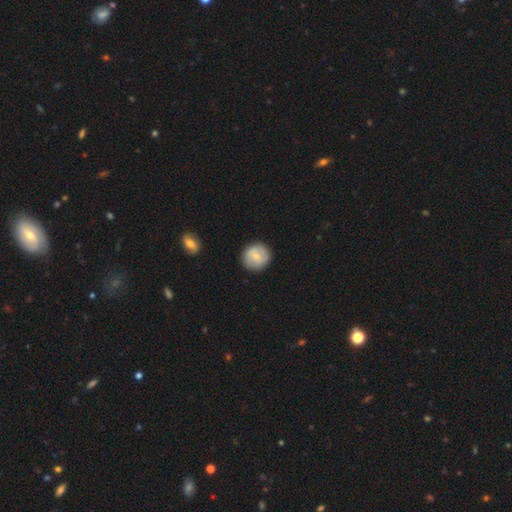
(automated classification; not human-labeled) smooth 67%, featured or disk 26%, star or artifact 6%. Down the decision tree: how rounded — round (92%); merging — none (88%).